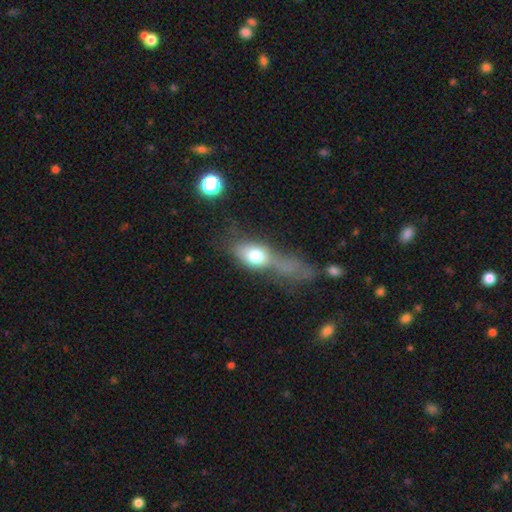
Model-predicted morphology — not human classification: type=smooth (64%); roundness=in between (69%); merging=major disturbance (41%).